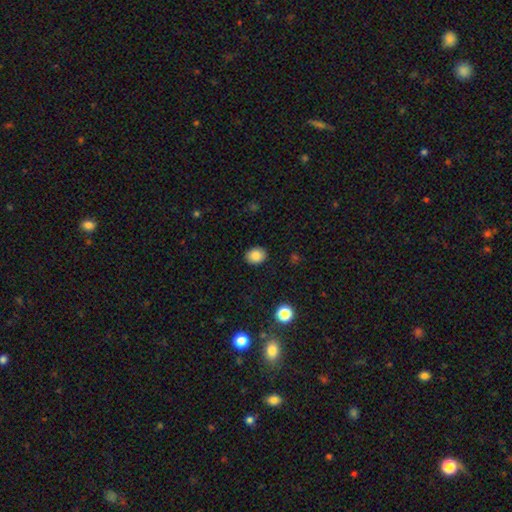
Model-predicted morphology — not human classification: smooth-or-featured: smooth: 86% | star or artifact: 9% | featured or disk: 4%
  how-rounded: round: 53% | in between: 46% | cigar-shaped: 1%
  merging: none: 89% | minor disturbance: 8% | major disturbance: 2% | merger: 1%